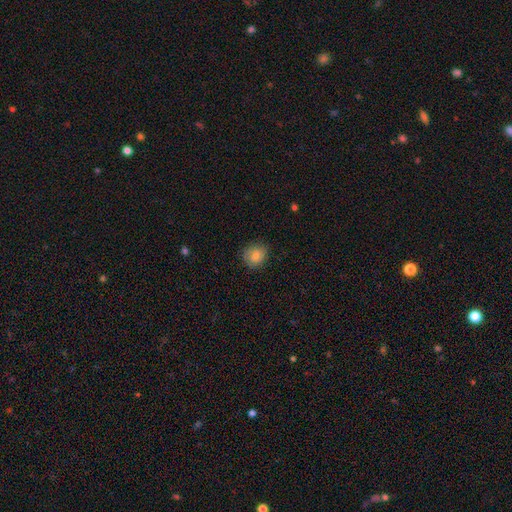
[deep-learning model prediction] Smooth or featured: smooth — 82% (featured or disk — 10%)
How rounded: round — 76% (in between — 23%)
Merging: none — 80% (minor disturbance — 15%)